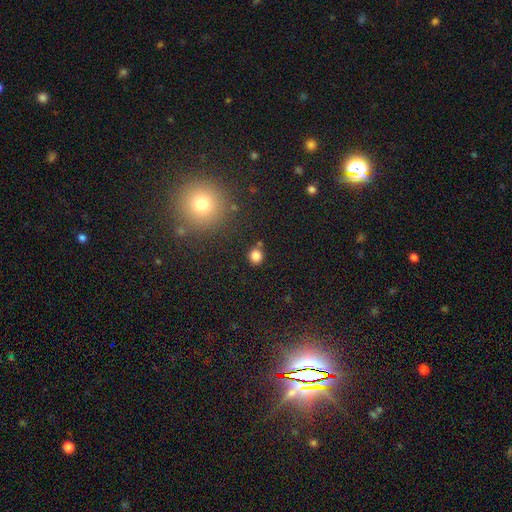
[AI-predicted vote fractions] Smooth or featured?
  - smooth: 83% *
  - star or artifact: 13%
  - featured or disk: 4%
How rounded?
  - round: 81% *
  - in between: 18%
  - cigar-shaped: 1%
Merging?
  - none: 79% *
  - minor disturbance: 11%
  - merger: 7%
  - major disturbance: 3%